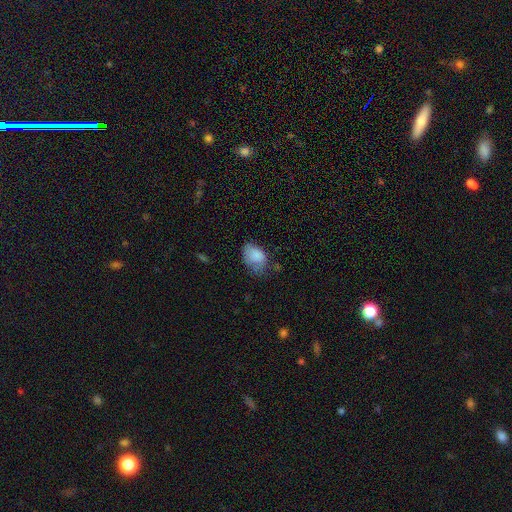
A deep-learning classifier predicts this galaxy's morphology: Smooth or featured? smooth (82%)
How rounded? in between (80%)
Merging? none (43%)